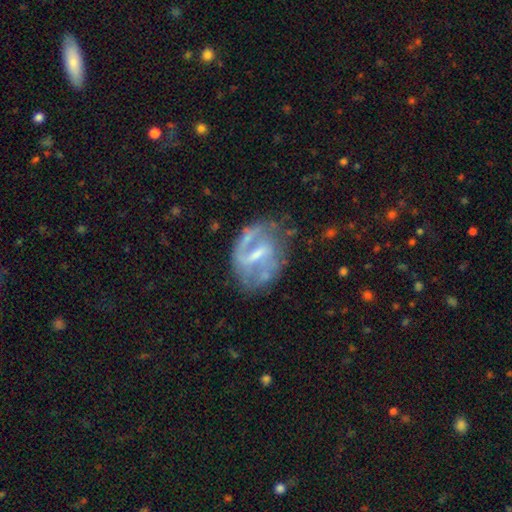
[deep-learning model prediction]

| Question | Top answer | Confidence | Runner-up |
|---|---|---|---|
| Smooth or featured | featured or disk | 78% | smooth (15%) |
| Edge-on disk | no | 96% | yes (4%) |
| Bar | strong | 49% | weak (39%) |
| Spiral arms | yes | 75% | no (25%) |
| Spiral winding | medium | 42% | loose (31%) |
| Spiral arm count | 2 | 56% | 1 (19%) |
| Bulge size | small | 41% | moderate (33%) |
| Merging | none | 52% | minor disturbance (23%) |